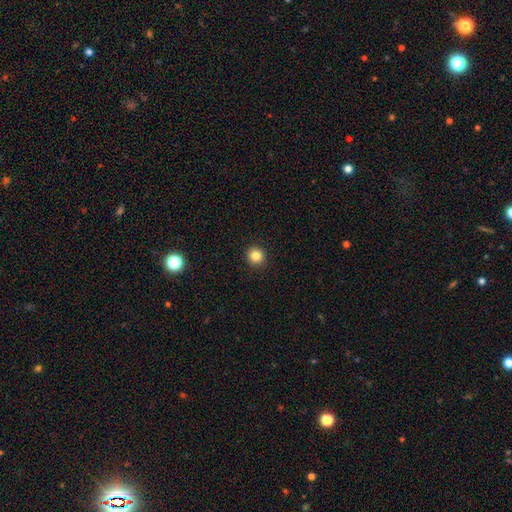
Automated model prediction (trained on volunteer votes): Q: Smooth or featured?
A: smooth (83%); runner-up: star or artifact (12%)
Q: How rounded?
A: round (93%); runner-up: in between (6%)
Q: Merging?
A: none (93%); runner-up: minor disturbance (5%)